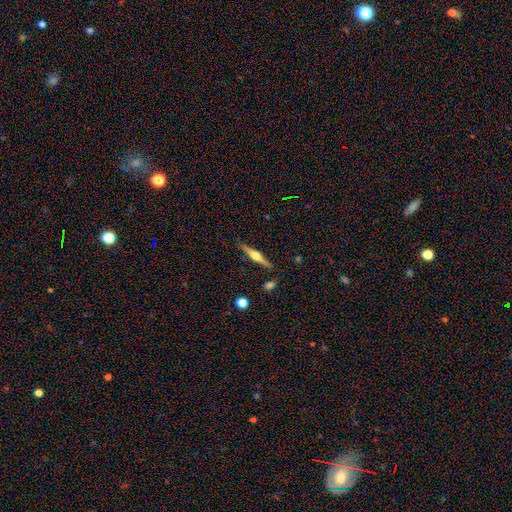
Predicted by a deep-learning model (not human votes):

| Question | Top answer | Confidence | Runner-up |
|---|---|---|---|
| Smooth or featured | featured or disk | 72% | smooth (22%) |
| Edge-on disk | yes | 98% | no (2%) |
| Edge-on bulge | rounded | 89% | boxy (8%) |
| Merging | none | 86% | minor disturbance (9%) |